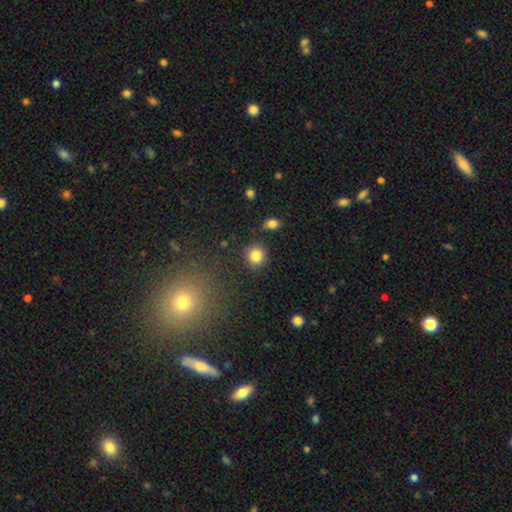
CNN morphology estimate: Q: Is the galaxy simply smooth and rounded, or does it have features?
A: smooth — 85%.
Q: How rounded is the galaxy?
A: round — 86%.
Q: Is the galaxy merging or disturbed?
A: none — 86%.